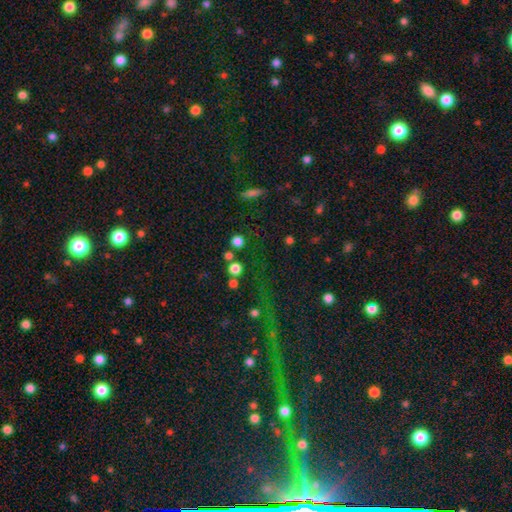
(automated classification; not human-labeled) This is likely a star or artifact rather than a galaxy (80%).